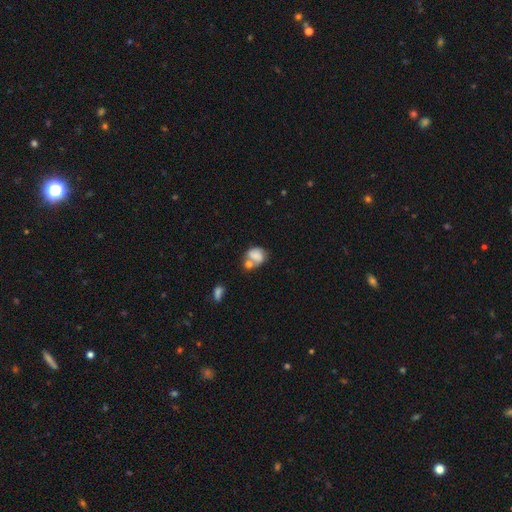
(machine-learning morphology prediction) Smooth or featured: smooth — 69% (featured or disk — 22%)
How rounded: in between — 54% (round — 44%)
Merging: merger — 47% (none — 27%)